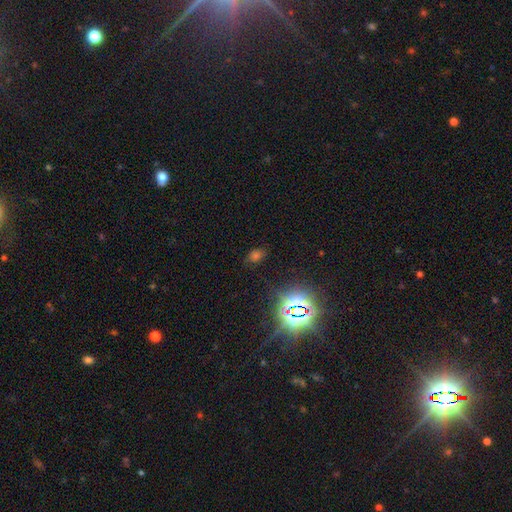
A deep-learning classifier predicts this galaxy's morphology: Smooth or featured: star or artifact — 55% (smooth — 36%)